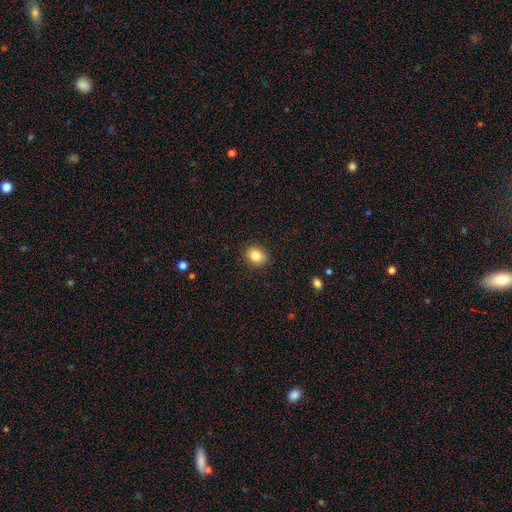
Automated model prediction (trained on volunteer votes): Morphology: type=smooth (85%); roundness=round (50%); merging=none (87%).